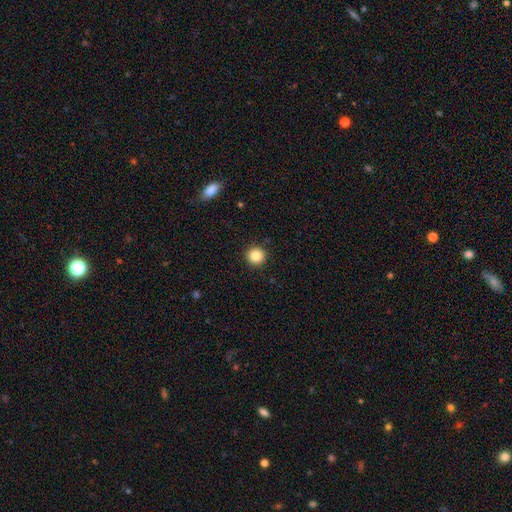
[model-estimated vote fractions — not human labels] Morphology: type=smooth (85%); roundness=round (95%); merging=none (92%).